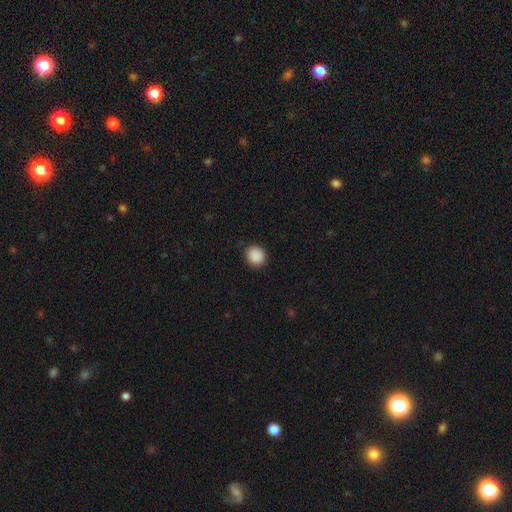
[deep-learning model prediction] This appears to be a smooth galaxy with no disk features (89%) that is round (84%). Merging: none (90%).